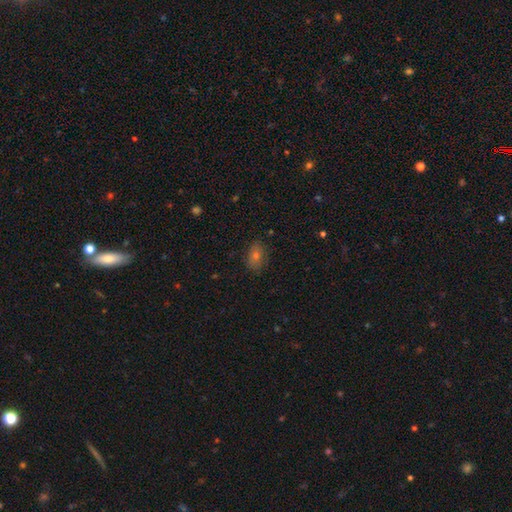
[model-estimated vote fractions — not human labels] Smooth or featured? smooth (63%)
How rounded? in between (77%)
Merging? none (84%)